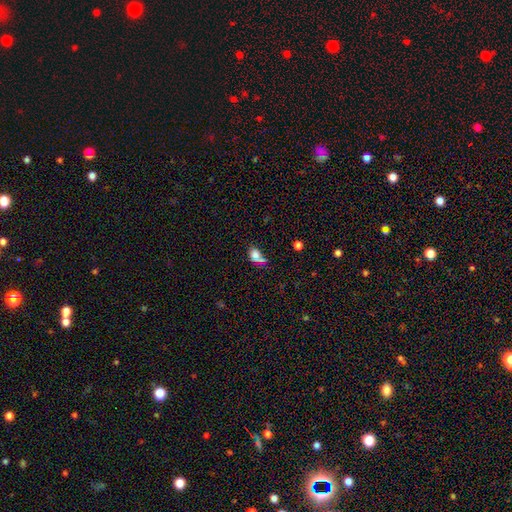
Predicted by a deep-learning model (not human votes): A smooth galaxy with no disk features (64%) that is in between round and cigar-shaped (57%).

Vote fractions:
- Smooth or featured? smooth: 64% / star or artifact: 28% / featured or disk: 8%
- How rounded? in between: 57% / round: 40% / cigar-shaped: 3%
- Merging? none: 74% / minor disturbance: 13% / merger: 8% / major disturbance: 6%